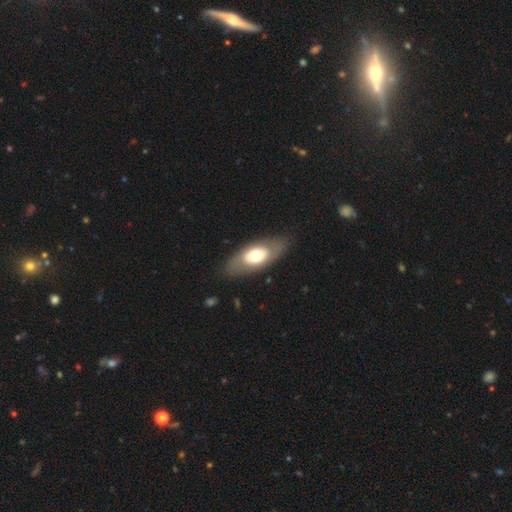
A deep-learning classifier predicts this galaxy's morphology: This is possibly a smooth galaxy (54%). How rounded: clearly in between (87%). Merging: clearly none (82%).